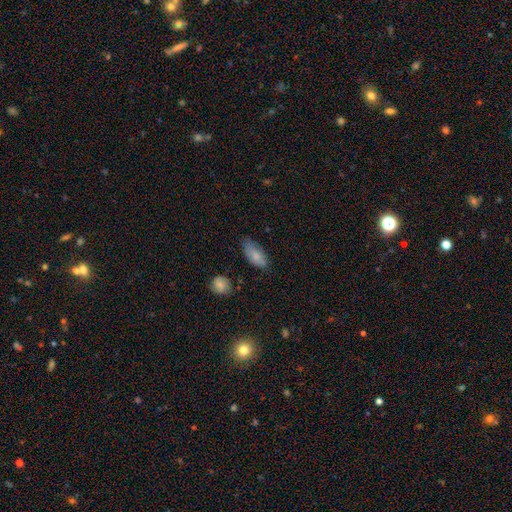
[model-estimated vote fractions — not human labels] smooth_or_featured: smooth (p=0.80) [alt: featured or disk p=0.13]
how_rounded: in between (p=0.88) [alt: cigar-shaped p=0.10]
merging: none (p=0.65) [alt: minor disturbance p=0.27]